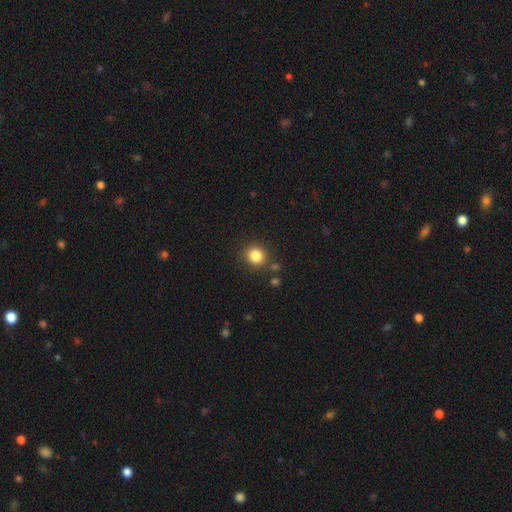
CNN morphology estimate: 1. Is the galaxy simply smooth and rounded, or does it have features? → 84% smooth, 11% star or artifact, 5% featured or disk.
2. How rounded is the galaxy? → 85% round, 14% in between, 1% cigar-shaped.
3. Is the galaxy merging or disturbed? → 84% none, 8% minor disturbance, 4% merger, 3% major disturbance.